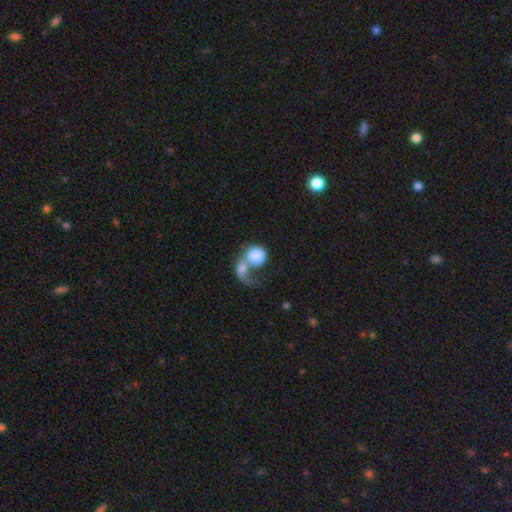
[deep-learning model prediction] Q: Smooth or featured?
A: smooth (65%); runner-up: featured or disk (28%)
Q: How rounded?
A: round (66%); runner-up: in between (32%)
Q: Merging?
A: merger (63%); runner-up: major disturbance (19%)